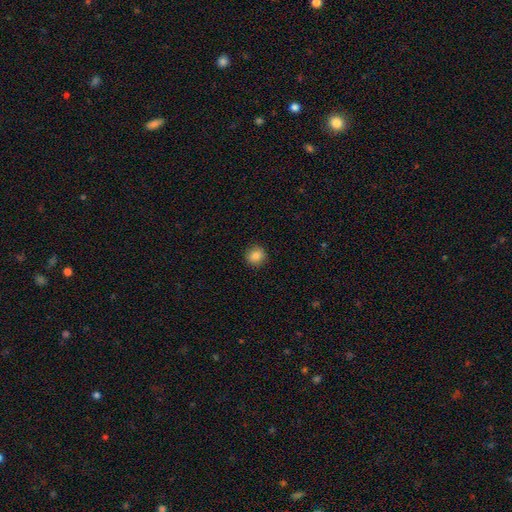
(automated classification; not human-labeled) Smooth or featured: smooth — 86% (star or artifact — 10%)
How rounded: round — 91% (in between — 8%)
Merging: none — 92% (minor disturbance — 6%)